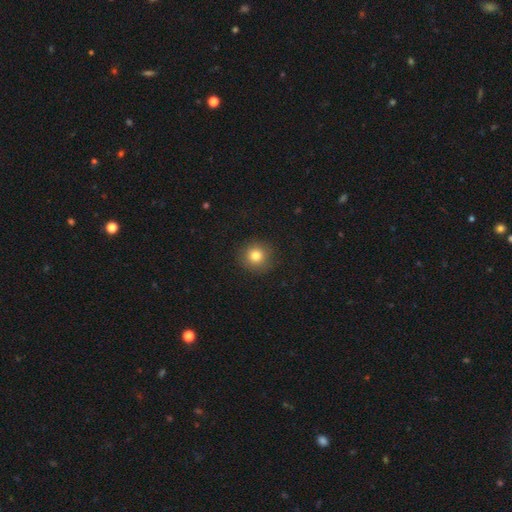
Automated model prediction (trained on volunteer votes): A smooth galaxy with no disk features (80%) that is round (93%).

Vote fractions:
- Smooth or featured? smooth: 80% / star or artifact: 12% / featured or disk: 8%
- How rounded? round: 93% / in between: 6% / cigar-shaped: 1%
- Merging? none: 90% / minor disturbance: 7% / major disturbance: 2% / merger: 1%